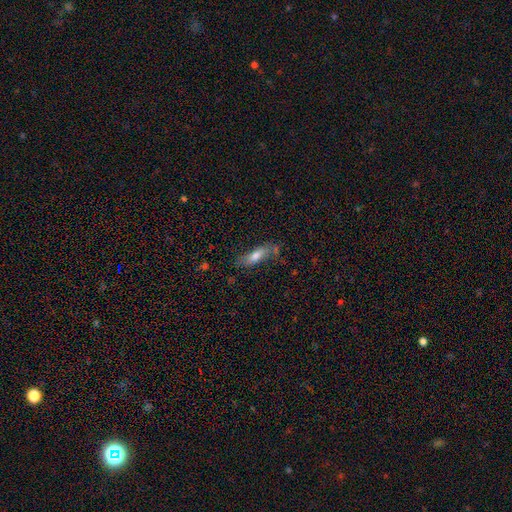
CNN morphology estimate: Q: Smooth or featured?
A: smooth (66%); runner-up: featured or disk (26%)
Q: How rounded?
A: in between (50%); runner-up: cigar-shaped (47%)
Q: Merging?
A: none (63%); runner-up: minor disturbance (23%)